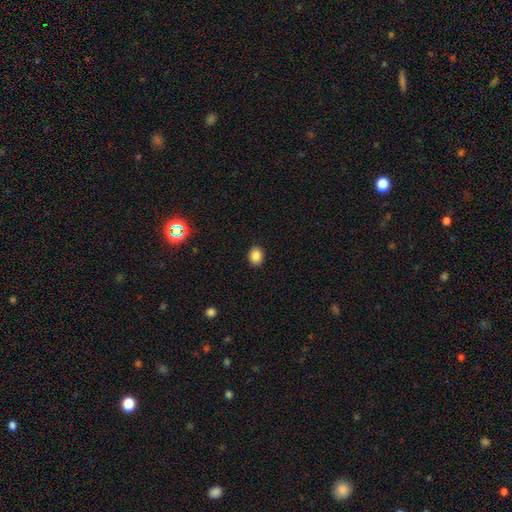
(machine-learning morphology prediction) Smooth or featured: smooth — 85% (star or artifact — 10%)
How rounded: round — 54% (in between — 45%)
Merging: none — 91% (minor disturbance — 6%)